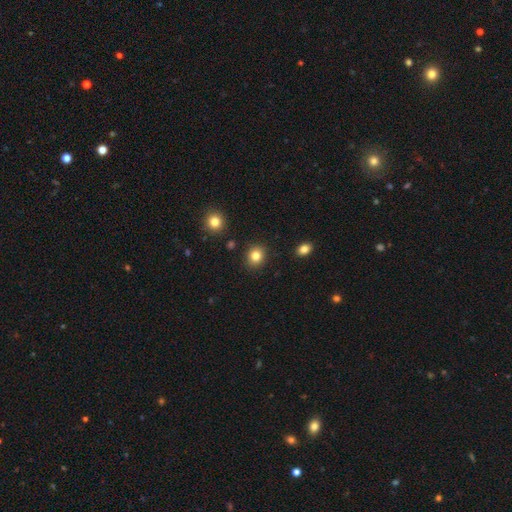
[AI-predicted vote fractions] Smooth or featured?
  - smooth: 83% *
  - star or artifact: 11%
  - featured or disk: 6%
How rounded?
  - round: 76% *
  - in between: 23%
  - cigar-shaped: 1%
Merging?
  - none: 89% *
  - minor disturbance: 7%
  - major disturbance: 2%
  - merger: 2%